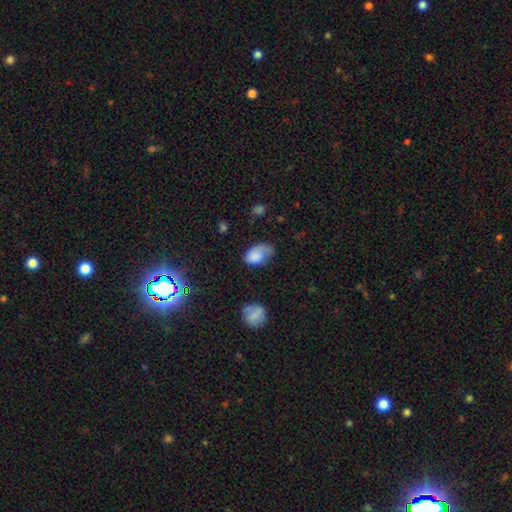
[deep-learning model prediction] Smooth or featured?
  - smooth: 71% *
  - featured or disk: 20%
  - star or artifact: 8%
How rounded?
  - in between: 89% *
  - round: 10%
  - cigar-shaped: 1%
Merging?
  - none: 37% *
  - minor disturbance: 34%
  - major disturbance: 25%
  - merger: 4%